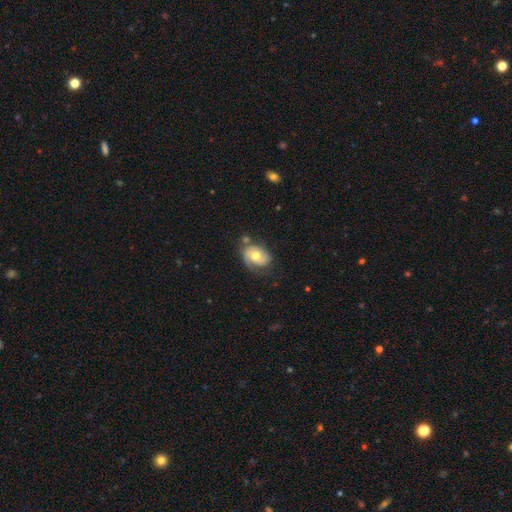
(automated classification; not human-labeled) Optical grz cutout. It shows a featured or disk galaxy (60%) with no bar (73%), spiral arms (84%) and a moderate central bulge (74%). Merging: none (54%).